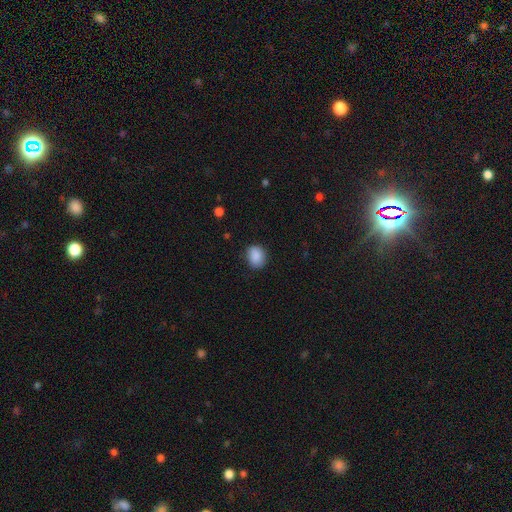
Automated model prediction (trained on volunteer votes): Smooth or featured: smooth — 89% (star or artifact — 8%)
How rounded: round — 52% (in between — 47%)
Merging: none — 82% (minor disturbance — 14%)